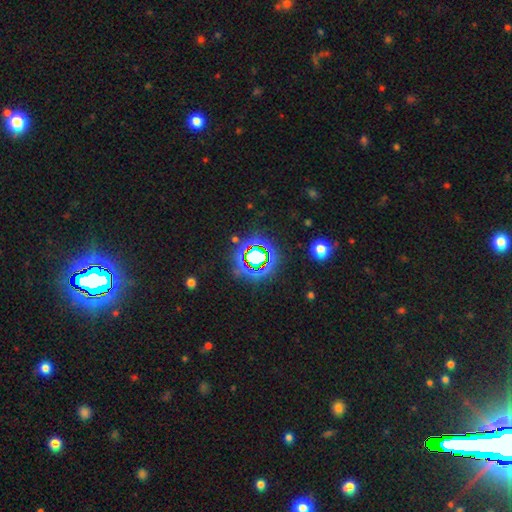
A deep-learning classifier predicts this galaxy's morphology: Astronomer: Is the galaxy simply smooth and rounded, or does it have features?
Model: star or artifact — 69%.